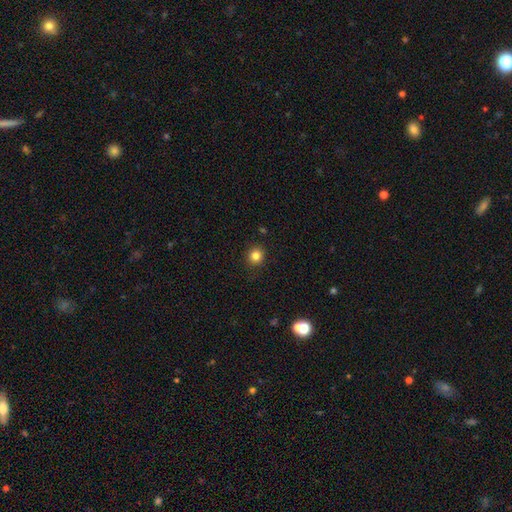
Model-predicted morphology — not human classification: The model was most divided on "smooth or featured": smooth: 83%, star or artifact: 12%, featured or disk: 5%. More confident: how rounded — round (91%); merging — none (90%).